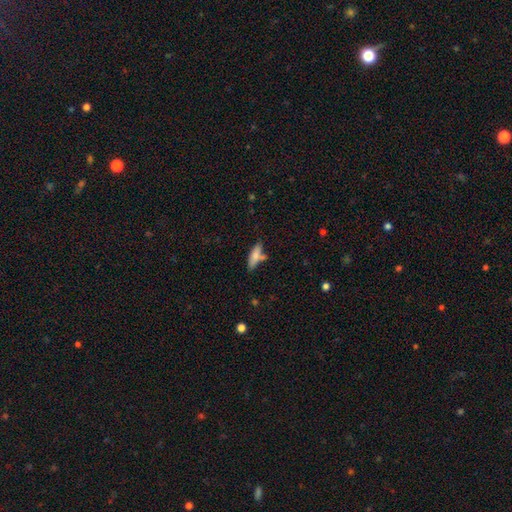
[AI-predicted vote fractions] Overall: smooth (72%). How rounded: in between (50%; cigar-shaped 48%). Merging: none (57%; minor disturbance 19%).